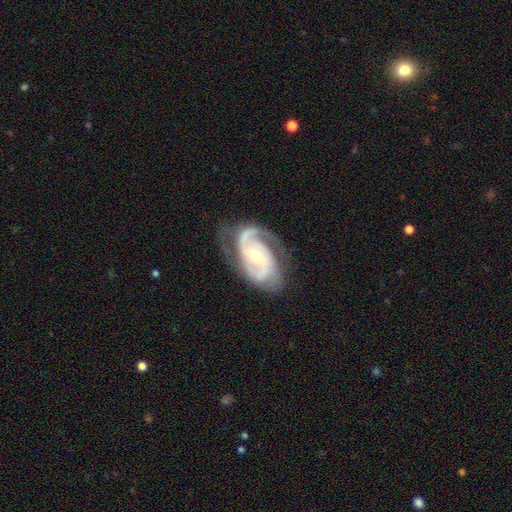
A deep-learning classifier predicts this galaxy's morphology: smooth-or-featured: featured or disk: 91% | smooth: 4% | star or artifact: 4%
  disk-edge-on: no: 97% | yes: 3%
    bar: no: 48% | weak: 36% | strong: 16%
    has-spiral-arms: yes: 98% | no: 2%
      spiral-winding: medium: 48% | tight: 41% | loose: 11%
      spiral-arm-count: 2: 74% | 3: 13% | can't tell: 6% | 1: 3% | 4: 2% | more than 4: 2%
    bulge-size: small: 53% | moderate: 43% | large: 2% | none: 1% | dominant: 1%
  merging: none: 68% | minor disturbance: 20% | major disturbance: 10% | merger: 1%